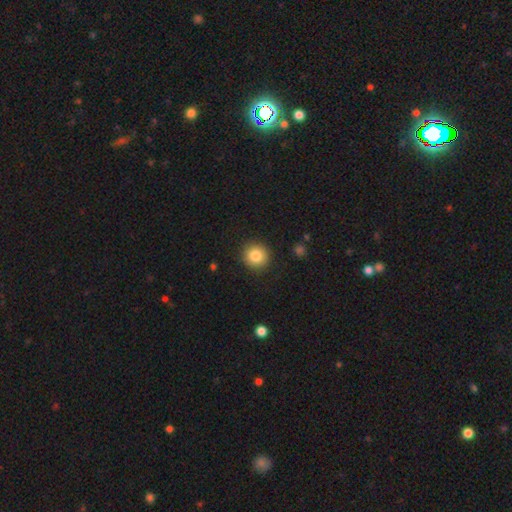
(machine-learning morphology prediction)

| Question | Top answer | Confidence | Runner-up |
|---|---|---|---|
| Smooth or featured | smooth | 84% | star or artifact (9%) |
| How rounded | round | 94% | in between (6%) |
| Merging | none | 91% | minor disturbance (6%) |